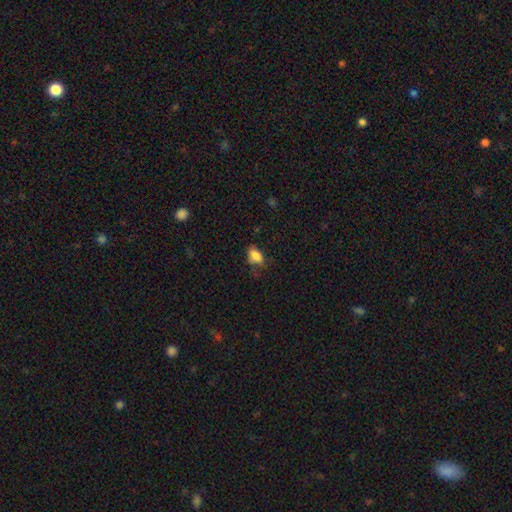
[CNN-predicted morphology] Smooth or featured: smooth — 83% (star or artifact — 9%)
How rounded: in between — 86% (round — 12%)
Merging: none — 58% (minor disturbance — 29%)